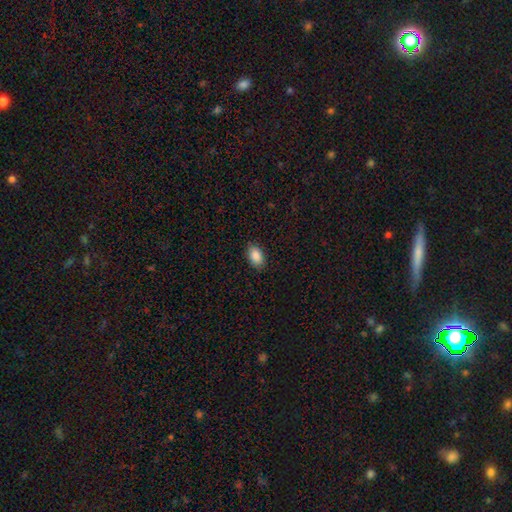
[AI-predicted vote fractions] Smooth or featured: smooth — 89% (star or artifact — 7%)
How rounded: in between — 92% (round — 7%)
Merging: none — 88% (minor disturbance — 9%)